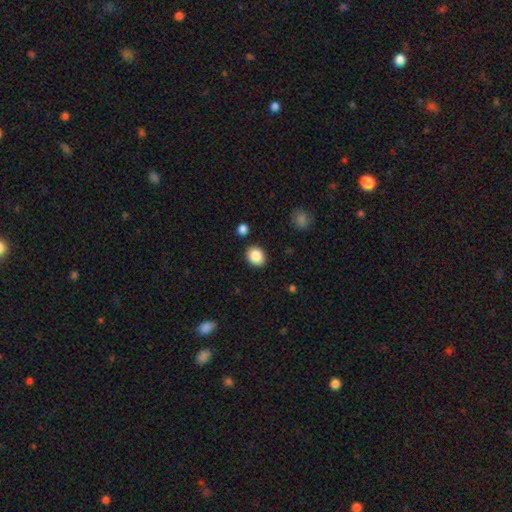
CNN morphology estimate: Smooth or featured: smooth — 87% (star or artifact — 8%)
How rounded: round — 50% (in between — 49%)
Merging: none — 86% (minor disturbance — 9%)